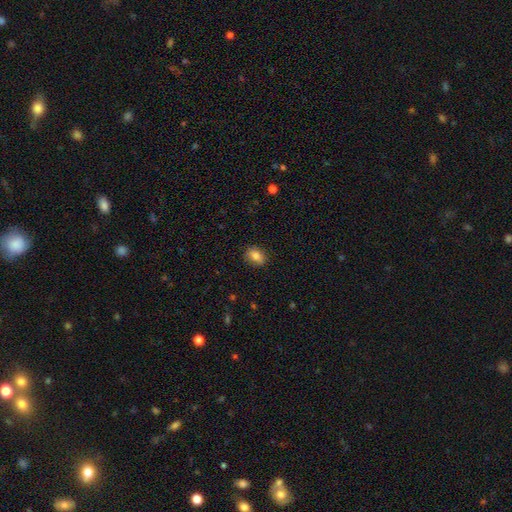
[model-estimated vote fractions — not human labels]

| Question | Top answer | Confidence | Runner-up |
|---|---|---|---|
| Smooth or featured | smooth | 80% | featured or disk (12%) |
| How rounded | in between | 66% | round (33%) |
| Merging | none | 81% | minor disturbance (15%) |